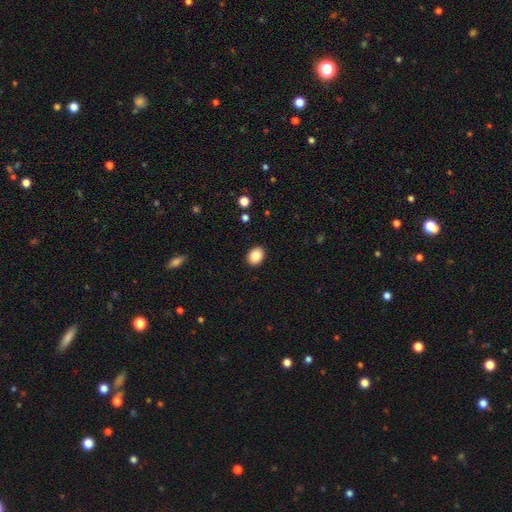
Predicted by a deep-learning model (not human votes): Morphology: type=smooth (86%); roundness=in between (61%); merging=none (91%).